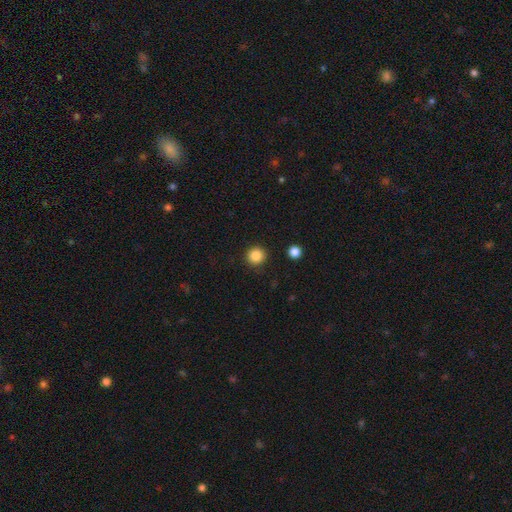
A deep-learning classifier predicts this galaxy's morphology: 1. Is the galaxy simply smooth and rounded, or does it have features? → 86% smooth, 11% star or artifact, 3% featured or disk.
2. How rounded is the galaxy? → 94% round, 5% in between, 1% cigar-shaped.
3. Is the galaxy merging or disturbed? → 90% none, 6% minor disturbance, 2% major disturbance, 2% merger.